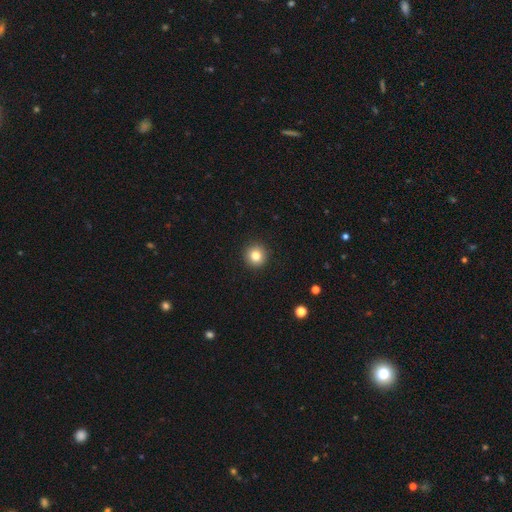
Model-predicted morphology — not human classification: Overall: smooth (81%). How rounded: round (95%). Merging: none (93%).